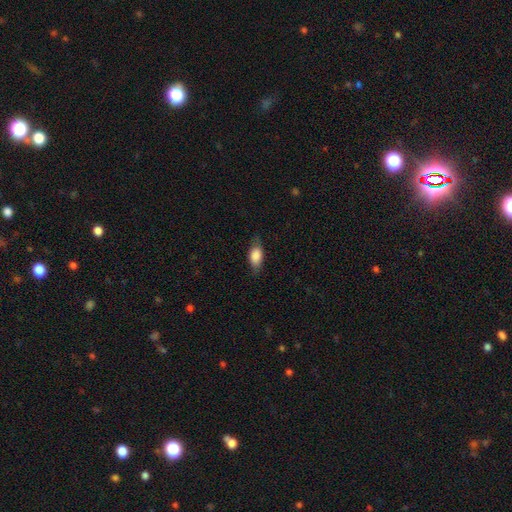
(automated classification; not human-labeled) This is likely a smooth galaxy (80%). How rounded: clearly in between (84%). Merging: likely none (75%).